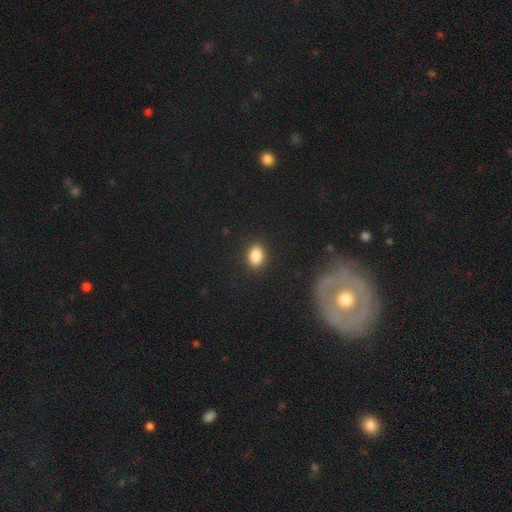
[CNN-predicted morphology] A smooth galaxy with no disk features (85%) that is in between round and cigar-shaped (76%).

Vote fractions:
- Smooth or featured? smooth: 85% / star or artifact: 9% / featured or disk: 5%
- How rounded? in between: 76% / round: 23% / cigar-shaped: 2%
- Merging? none: 88% / minor disturbance: 8% / major disturbance: 2% / merger: 1%